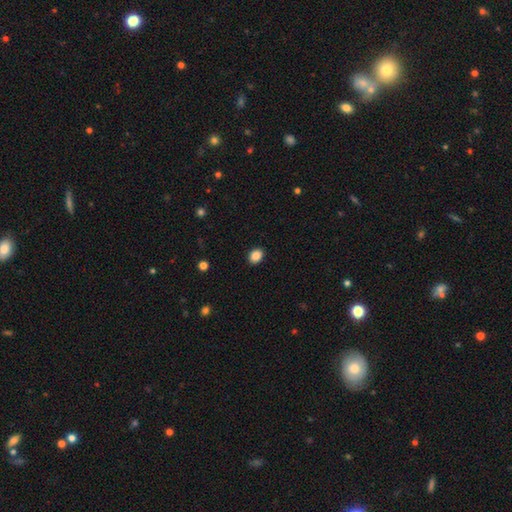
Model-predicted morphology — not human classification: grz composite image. It shows a smooth galaxy with no disk features (87%) that is in between round and cigar-shaped (58%). Merging: none (91%).